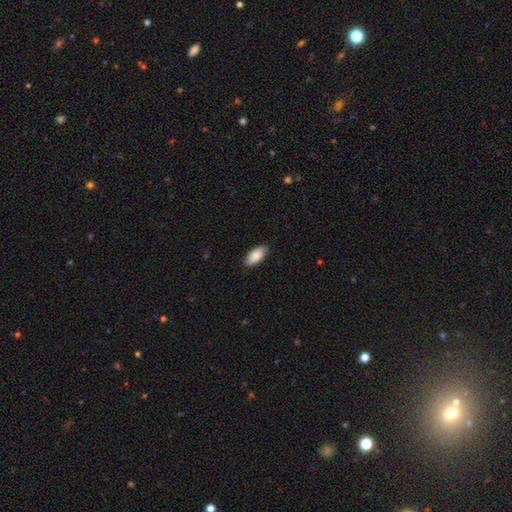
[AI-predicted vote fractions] The model was most divided on "smooth or featured": smooth: 86%, featured or disk: 8%, star or artifact: 6%. More confident: how rounded — in between (91%); merging — none (88%).